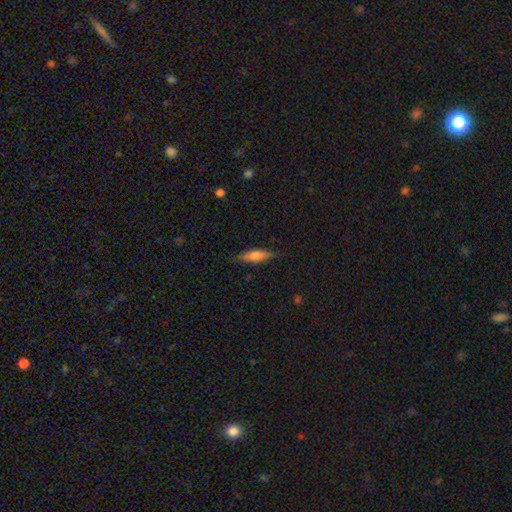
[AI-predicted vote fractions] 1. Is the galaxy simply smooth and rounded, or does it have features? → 65% smooth, 28% featured or disk, 7% star or artifact.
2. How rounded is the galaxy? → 58% cigar-shaped, 40% in between, 2% round.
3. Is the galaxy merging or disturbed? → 82% none, 14% minor disturbance, 3% major disturbance, 1% merger.